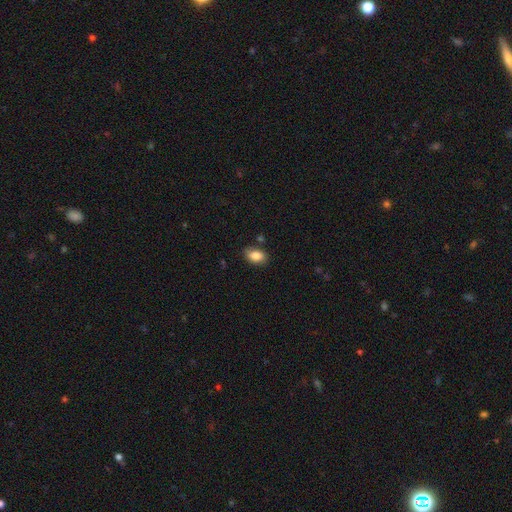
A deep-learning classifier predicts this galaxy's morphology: A smooth galaxy with no disk features (85%) that is in between round and cigar-shaped (88%).

Vote fractions:
- Smooth or featured? smooth: 85% / star or artifact: 8% / featured or disk: 8%
- How rounded? in between: 88% / round: 10% / cigar-shaped: 1%
- Merging? none: 82% / minor disturbance: 13% / merger: 3% / major disturbance: 3%